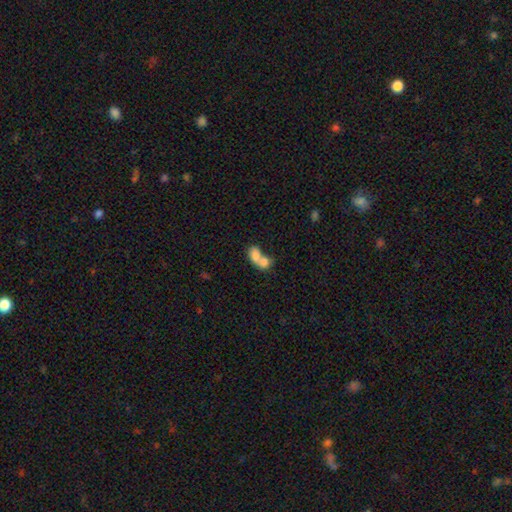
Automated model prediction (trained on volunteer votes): The model was most divided on "how rounded": in between: 66%, round: 32%, cigar-shaped: 2%. More confident: merging — merger (78%); smooth or featured — smooth (73%).